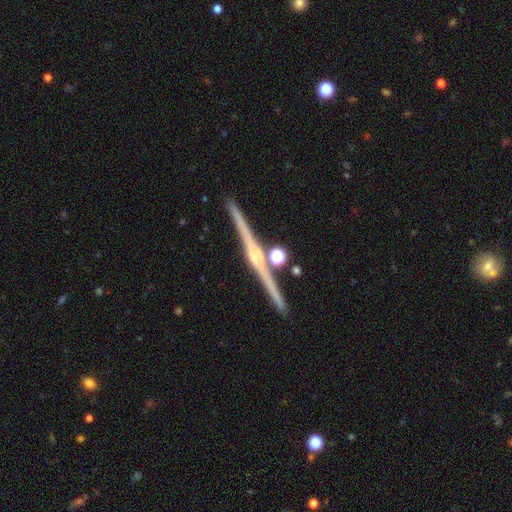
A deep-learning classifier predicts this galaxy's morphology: type=featured or disk (81%); edge-on=yes (98%); edge-on bulge=rounded (73%); merging=none (86%).